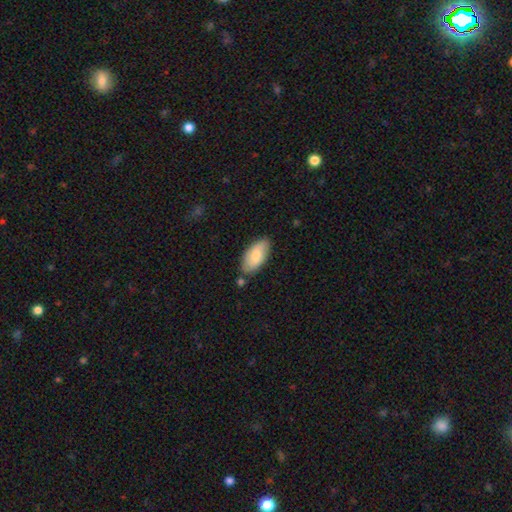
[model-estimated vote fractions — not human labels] A smooth galaxy with no disk features (72%) that is in between round and cigar-shaped (92%). Merging: none (76%).